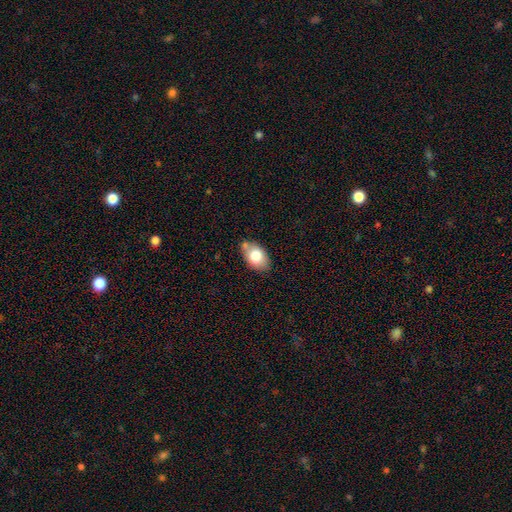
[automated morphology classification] smooth 78%, featured or disk 14%, star or artifact 7%. Down the decision tree: how rounded — in between (89%); merging — none (67%).